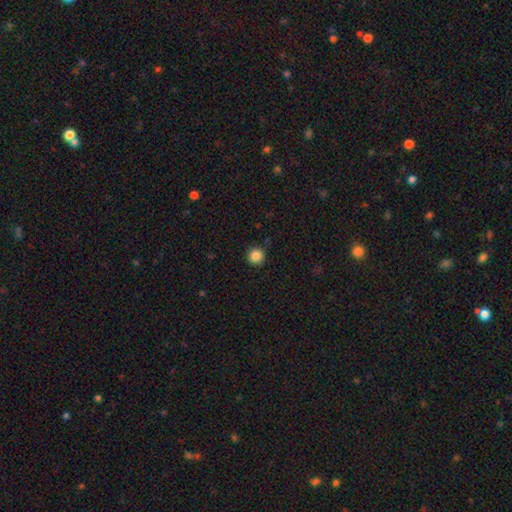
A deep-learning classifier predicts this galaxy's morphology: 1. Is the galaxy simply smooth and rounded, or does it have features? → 86% smooth, 10% star or artifact, 4% featured or disk.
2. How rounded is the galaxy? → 95% round, 4% in between, 1% cigar-shaped.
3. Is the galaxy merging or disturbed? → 91% none, 6% minor disturbance, 2% major disturbance, 1% merger.